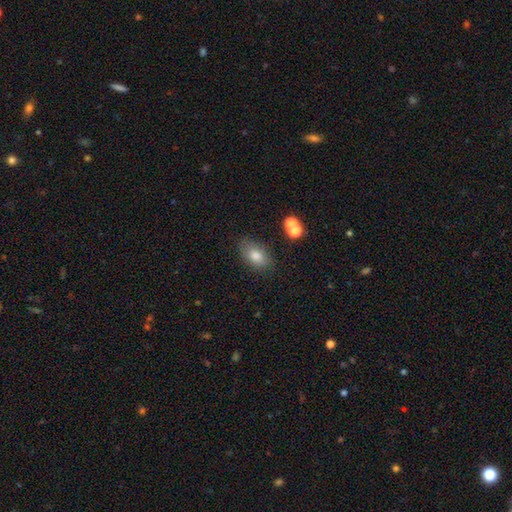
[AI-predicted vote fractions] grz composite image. It shows a smooth galaxy with no disk features (78%) that is in between round and cigar-shaped (88%). Merging: none (79%).